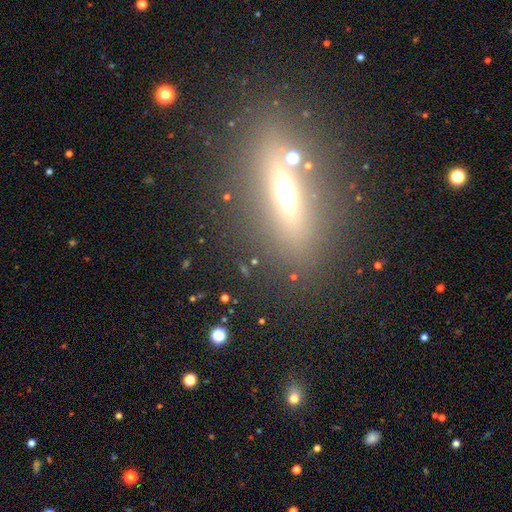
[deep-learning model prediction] featured or disk 45%, smooth 33%, star or artifact 23%. Down the decision tree: merging — none (82%).